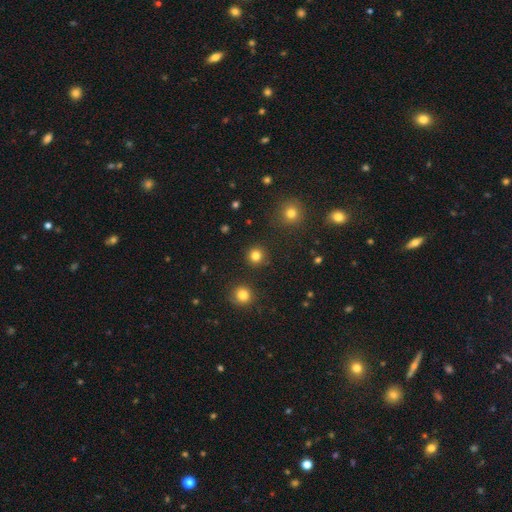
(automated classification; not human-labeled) A smooth galaxy with no disk features (82%) that is round (95%). Merging: none (91%).